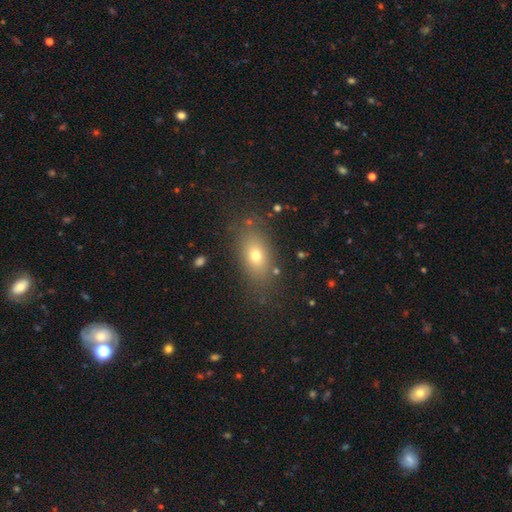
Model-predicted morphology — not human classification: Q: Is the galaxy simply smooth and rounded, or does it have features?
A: smooth — 70%.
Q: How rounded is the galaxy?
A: in between — 78%.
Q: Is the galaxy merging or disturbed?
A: none — 81%.